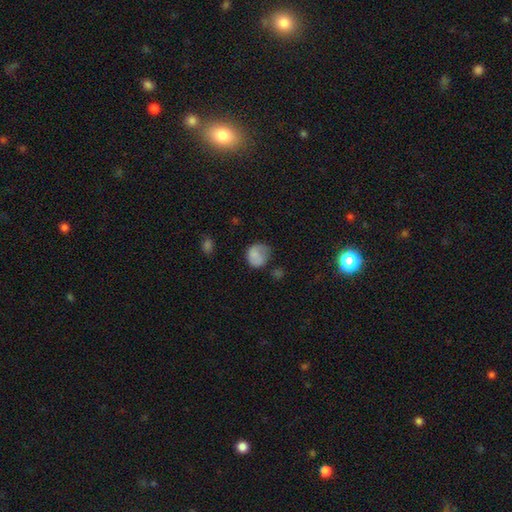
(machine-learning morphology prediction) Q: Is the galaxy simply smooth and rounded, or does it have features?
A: smooth — 78%.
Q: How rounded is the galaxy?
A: round — 68%.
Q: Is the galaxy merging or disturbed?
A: none — 45%.